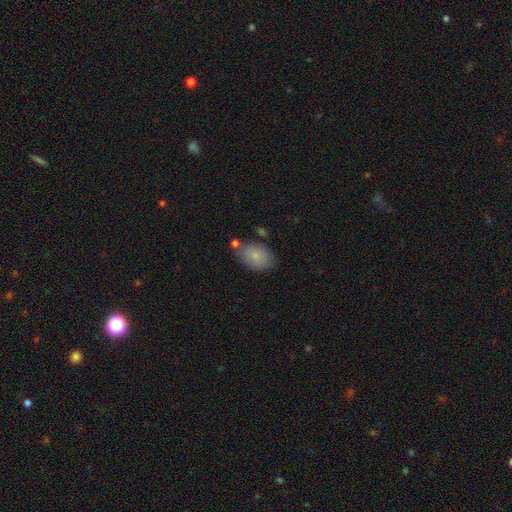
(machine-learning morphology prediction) smooth-or-featured: smooth: 82% | featured or disk: 11% | star or artifact: 7%
  how-rounded: in between: 87% | round: 12% | cigar-shaped: 1%
  merging: none: 71% | minor disturbance: 17% | merger: 8% | major disturbance: 4%